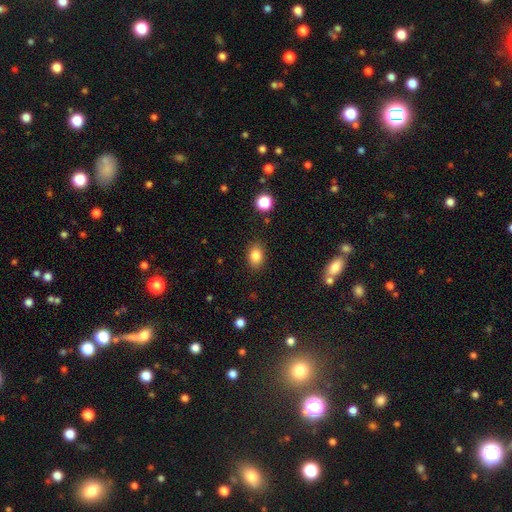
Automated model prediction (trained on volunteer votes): smooth_or_featured: smooth (p=0.84) [alt: star or artifact p=0.10]
how_rounded: in between (p=0.75) [alt: round p=0.24]
merging: none (p=0.85) [alt: minor disturbance p=0.10]